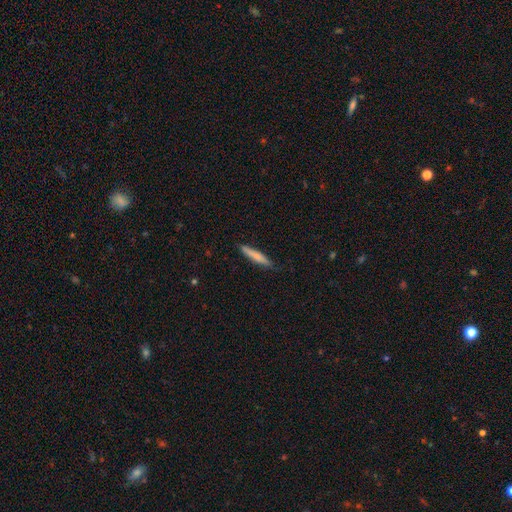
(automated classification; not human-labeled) A smooth galaxy with no disk features (73%) that is cigar-shaped (93%). Merging: none (82%).